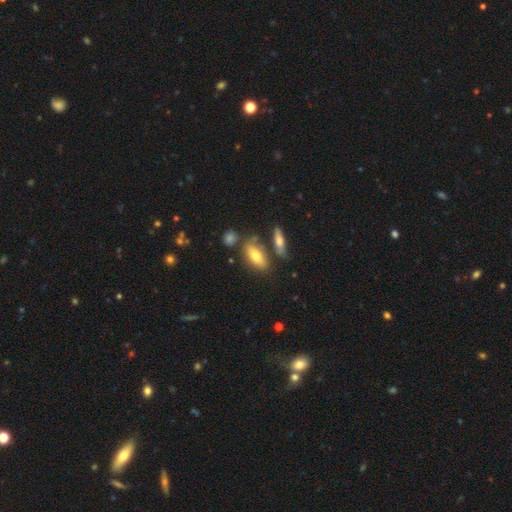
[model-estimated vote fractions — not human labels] Smooth or featured: smooth — 67% (featured or disk — 26%)
How rounded: in between — 79% (cigar-shaped — 17%)
Merging: none — 64% (merger — 15%)